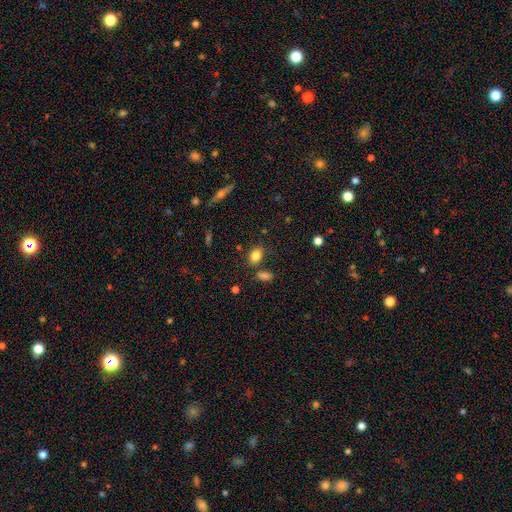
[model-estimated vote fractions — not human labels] A smooth galaxy with no disk features (83%) that is in between round and cigar-shaped (79%).

Vote fractions:
- Smooth or featured? smooth: 83% / star or artifact: 10% / featured or disk: 7%
- How rounded? in between: 79% / round: 19% / cigar-shaped: 2%
- Merging? none: 74% / minor disturbance: 13% / merger: 9% / major disturbance: 4%